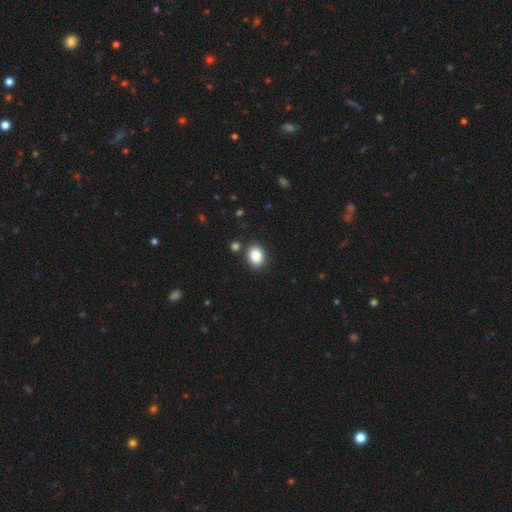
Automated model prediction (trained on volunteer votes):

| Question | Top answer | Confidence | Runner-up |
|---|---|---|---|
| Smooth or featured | smooth | 87% | star or artifact (8%) |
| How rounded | in between | 64% | round (35%) |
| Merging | none | 84% | minor disturbance (9%) |